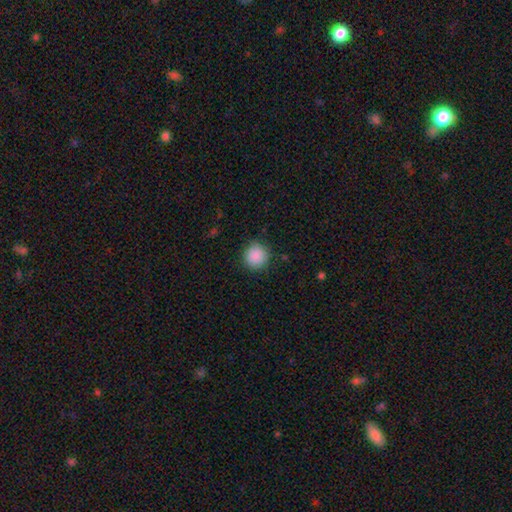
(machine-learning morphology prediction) type=smooth (89%); roundness=round (93%); merging=none (87%).